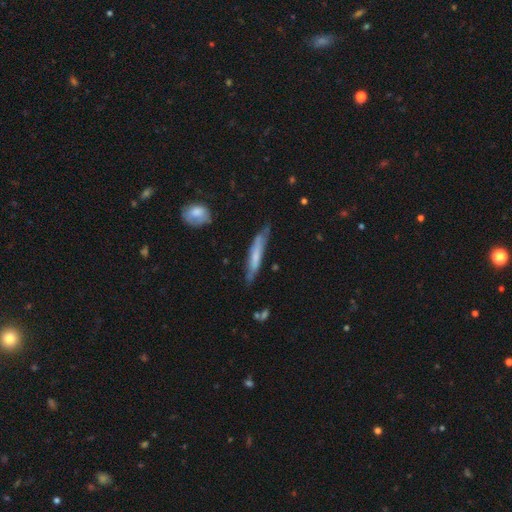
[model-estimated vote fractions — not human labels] Morphology: type=smooth (53%); roundness=cigar-shaped (90%); merging=none (64%).